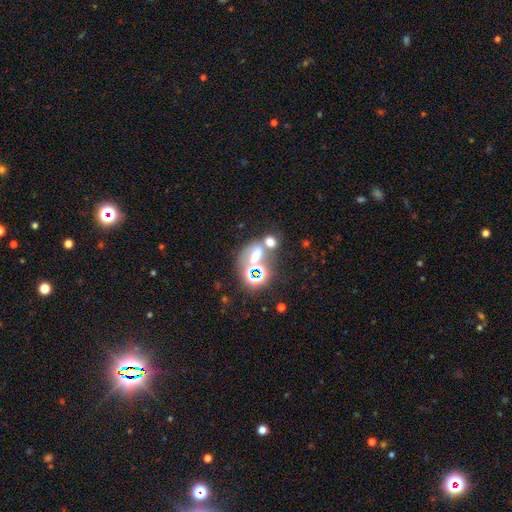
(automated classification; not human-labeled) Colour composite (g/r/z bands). It shows a smooth galaxy with no disk features (44%). Merging: merger (42%).